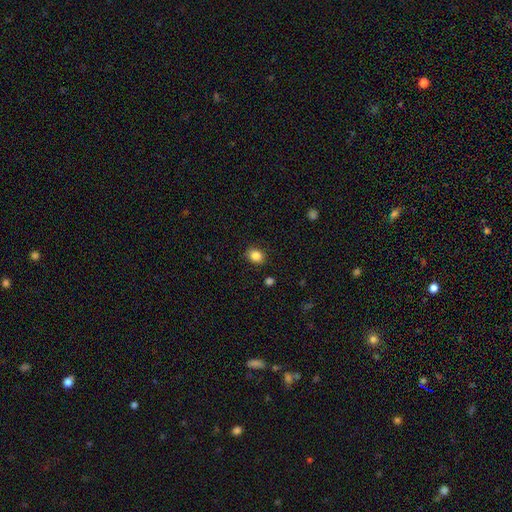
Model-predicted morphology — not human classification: A smooth galaxy with no disk features (85%) that is round (55%). Merging: none (85%).